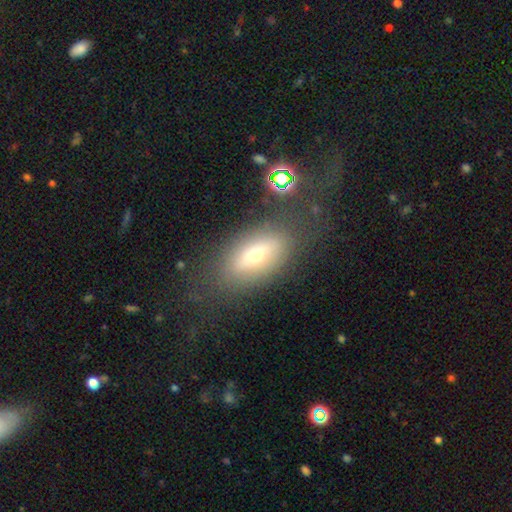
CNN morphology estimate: This is possibly a smooth galaxy (53%). How rounded: likely in between (79%). Merging: likely none (70%).